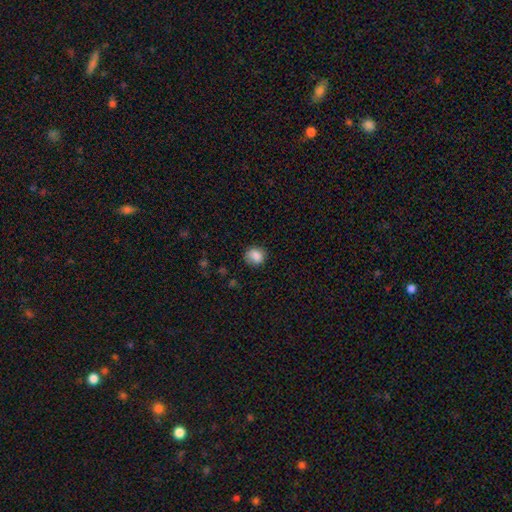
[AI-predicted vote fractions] Morphology: type=smooth (87%); roundness=round (79%); merging=none (79%).